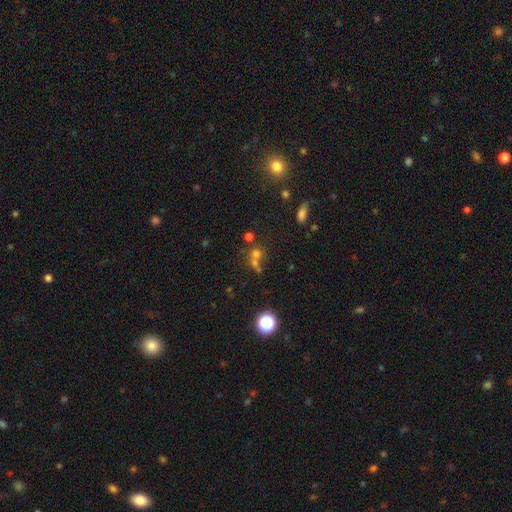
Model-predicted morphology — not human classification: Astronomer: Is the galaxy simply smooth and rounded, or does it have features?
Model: smooth — 57%.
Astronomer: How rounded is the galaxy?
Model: round — 84%.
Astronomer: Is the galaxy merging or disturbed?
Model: merger — 46% (runner-up: none, 43%).